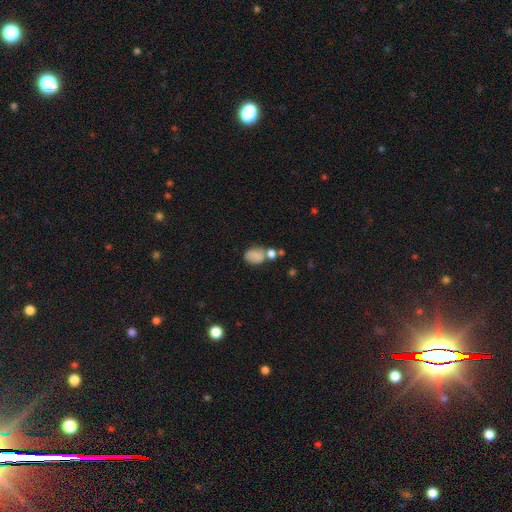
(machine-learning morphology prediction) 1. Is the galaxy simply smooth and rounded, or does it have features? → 78% smooth, 12% star or artifact, 10% featured or disk.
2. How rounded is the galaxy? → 70% in between, 29% round, 1% cigar-shaped.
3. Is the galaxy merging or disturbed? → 41% none, 30% merger, 19% minor disturbance, 10% major disturbance.